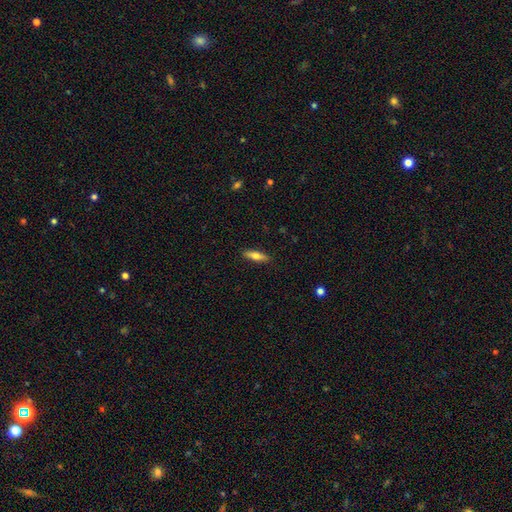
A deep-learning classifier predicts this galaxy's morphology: smooth_or_featured: smooth (p=0.68) [alt: featured or disk p=0.26]
how_rounded: cigar-shaped (p=0.55) [alt: in between p=0.43]
merging: none (p=0.89) [alt: minor disturbance p=0.08]